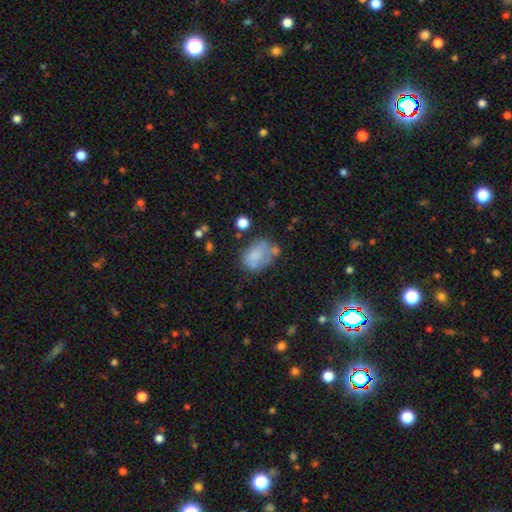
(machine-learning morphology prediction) type=smooth (64%); roundness=in between (78%); merging=none (40%).